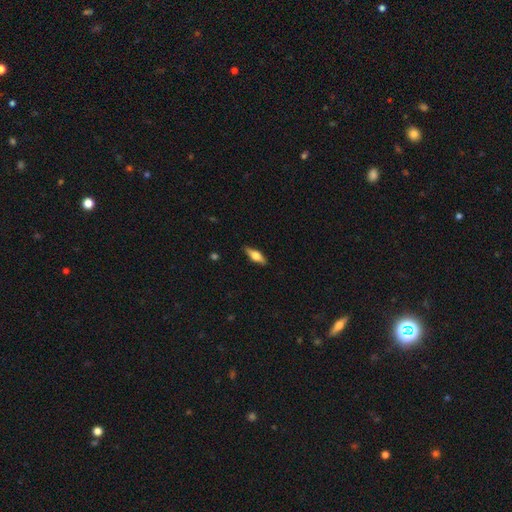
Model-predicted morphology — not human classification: Smooth or featured? Predicted: smooth (p=0.50). How rounded? Predicted: in between (p=0.56). Merging? Predicted: none (p=0.87).